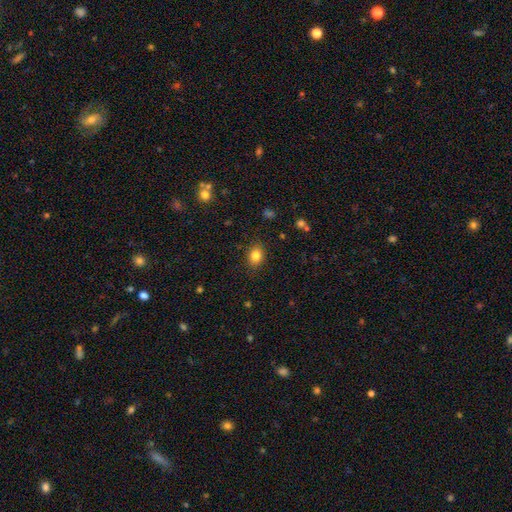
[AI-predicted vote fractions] smooth_or_featured: smooth (p=0.83) [alt: star or artifact p=0.10]
how_rounded: in between (p=0.62) [alt: round p=0.37]
merging: none (p=0.87) [alt: minor disturbance p=0.10]